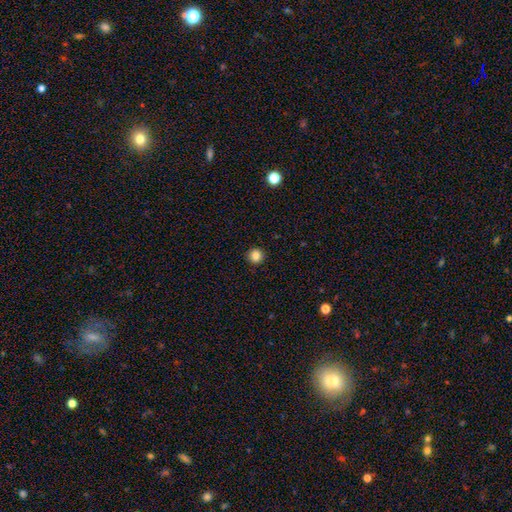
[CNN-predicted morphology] Smooth or featured?
  - smooth: 85% *
  - star or artifact: 11%
  - featured or disk: 4%
How rounded?
  - round: 95% *
  - in between: 4%
  - cigar-shaped: 1%
Merging?
  - none: 93% *
  - minor disturbance: 4%
  - major disturbance: 2%
  - merger: 1%